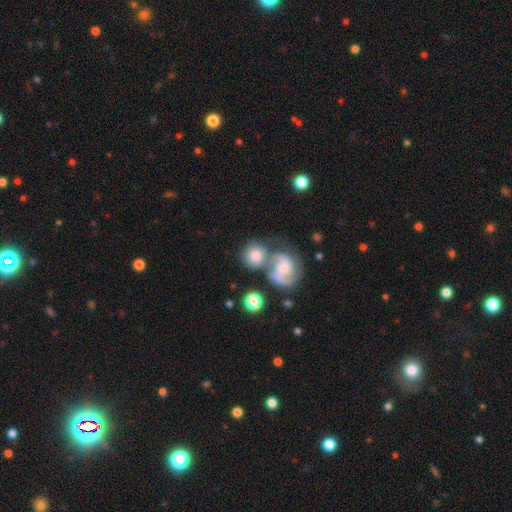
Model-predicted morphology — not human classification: Smooth or featured? Predicted: smooth (p=0.58). How rounded? Predicted: round (p=0.86). Merging? Predicted: none (p=0.45).